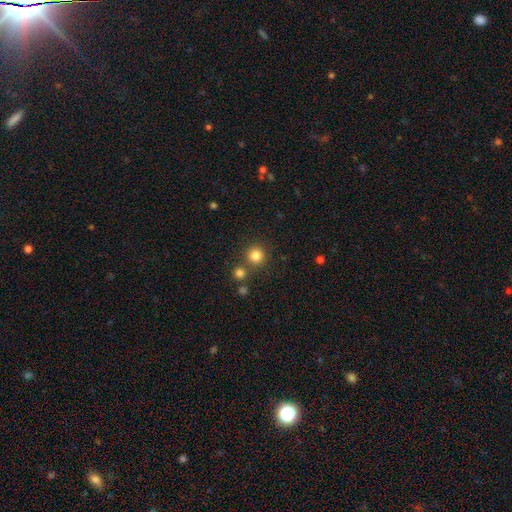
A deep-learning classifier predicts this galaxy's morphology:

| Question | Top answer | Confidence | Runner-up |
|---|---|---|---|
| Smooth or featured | smooth | 82% | star or artifact (13%) |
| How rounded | round | 94% | in between (5%) |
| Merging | none | 78% | merger (13%) |